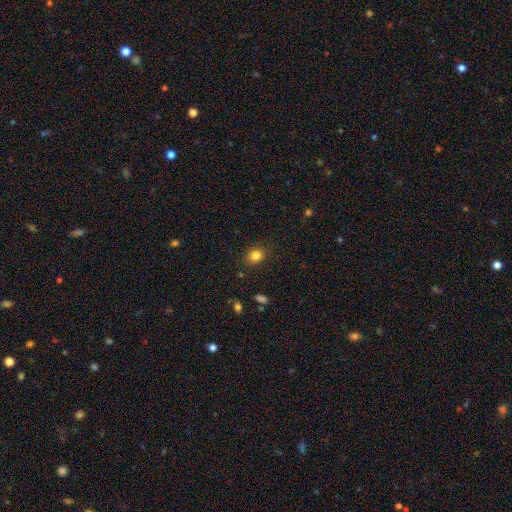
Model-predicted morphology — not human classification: A smooth galaxy with no disk features (83%) that is round (60%).

Vote fractions:
- Smooth or featured? smooth: 83% / star or artifact: 12% / featured or disk: 6%
- How rounded? round: 60% / in between: 39% / cigar-shaped: 1%
- Merging? none: 87% / minor disturbance: 9% / major disturbance: 3% / merger: 1%